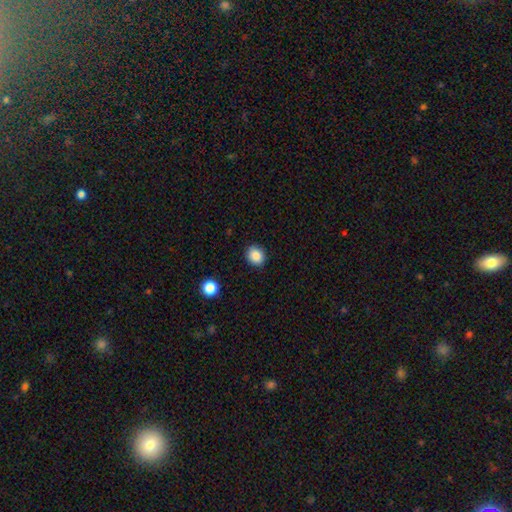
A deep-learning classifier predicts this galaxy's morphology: smooth-or-featured: smooth: 87% | star or artifact: 10% | featured or disk: 3%
  how-rounded: round: 72% | in between: 27% | cigar-shaped: 1%
  merging: none: 90% | minor disturbance: 7% | major disturbance: 2% | merger: 1%